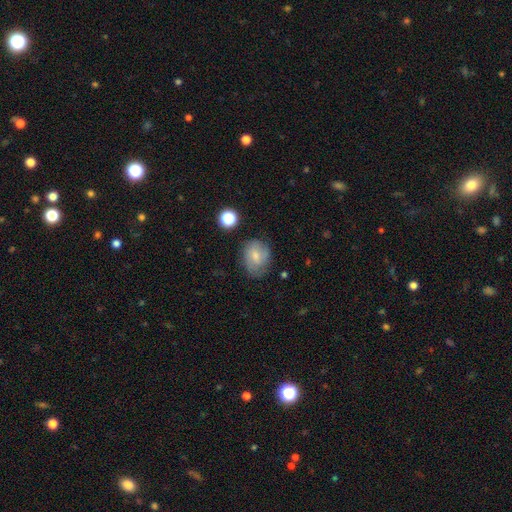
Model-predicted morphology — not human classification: smooth-or-featured: smooth: 63% | featured or disk: 28% | star or artifact: 9%
  how-rounded: round: 50% | in between: 49% | cigar-shaped: 1%
  merging: none: 68% | minor disturbance: 23% | major disturbance: 7% | merger: 2%